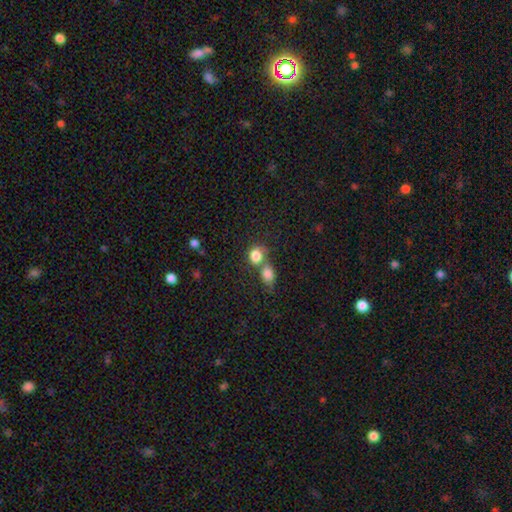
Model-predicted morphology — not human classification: This is clearly a smooth galaxy (83%). How rounded: likely round (67%). Merging: possibly merger (49%).